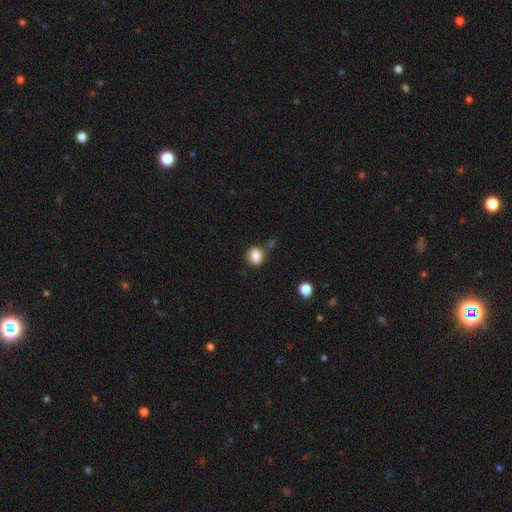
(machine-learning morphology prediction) smooth-or-featured: smooth: 85% | star or artifact: 10% | featured or disk: 5%
  how-rounded: round: 52% | in between: 47% | cigar-shaped: 1%
  merging: none: 64% | minor disturbance: 20% | merger: 10% | major disturbance: 6%